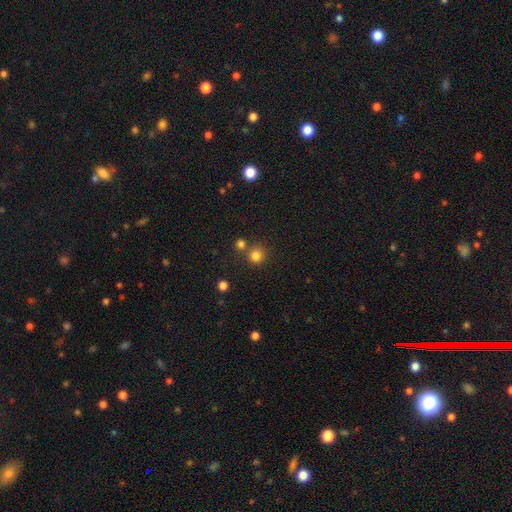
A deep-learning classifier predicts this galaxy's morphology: smooth-or-featured: smooth: 81% | star or artifact: 14% | featured or disk: 5%
  how-rounded: round: 92% | in between: 7% | cigar-shaped: 1%
  merging: none: 70% | merger: 20% | minor disturbance: 8% | major disturbance: 3%